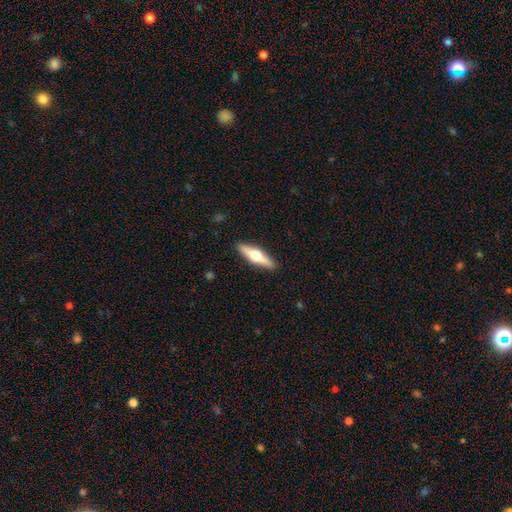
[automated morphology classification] Smooth or featured?
  - featured or disk: 53% *
  - smooth: 42%
  - star or artifact: 5%
Edge-on disk?
  - yes: 94% *
  - no: 6%
Merging?
  - none: 91% *
  - minor disturbance: 7%
  - major disturbance: 2%
  - merger: 1%